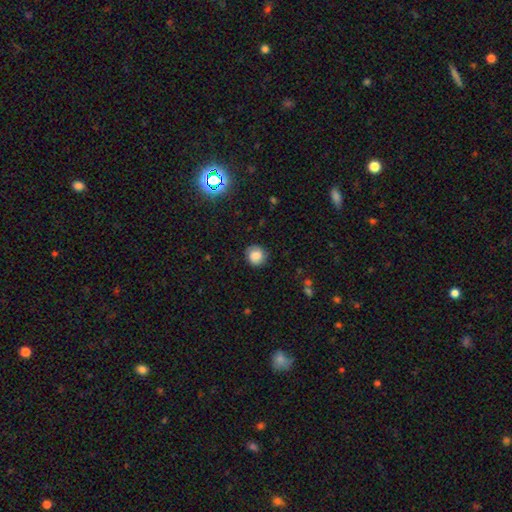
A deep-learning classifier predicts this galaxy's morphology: Q: Smooth or featured?
A: smooth (75%); runner-up: featured or disk (14%)
Q: How rounded?
A: round (85%); runner-up: in between (14%)
Q: Merging?
A: none (81%); runner-up: minor disturbance (14%)